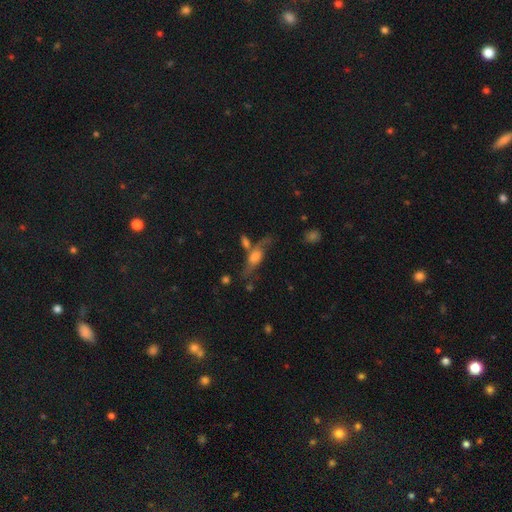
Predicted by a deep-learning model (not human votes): Morphology: type=featured or disk (48%); merging=none (46%).